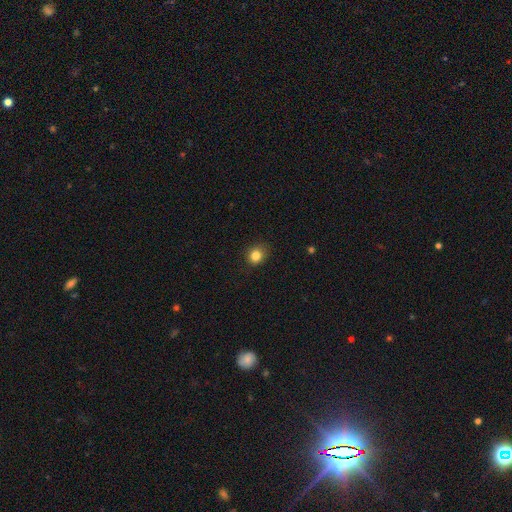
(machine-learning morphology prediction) smooth-or-featured: smooth: 83% | star or artifact: 12% | featured or disk: 5%
  how-rounded: round: 75% | in between: 24% | cigar-shaped: 1%
  merging: none: 84% | minor disturbance: 12% | major disturbance: 3% | merger: 1%